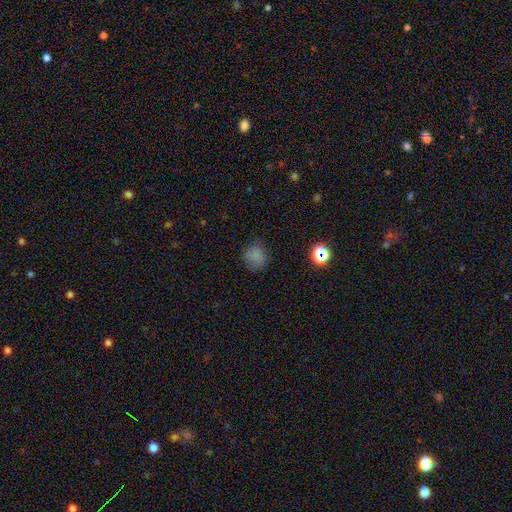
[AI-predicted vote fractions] Smooth or featured?
  - smooth: 77% *
  - star or artifact: 18%
  - featured or disk: 6%
How rounded?
  - round: 83% *
  - in between: 16%
  - cigar-shaped: 1%
Merging?
  - none: 76% *
  - minor disturbance: 17%
  - major disturbance: 5%
  - merger: 2%